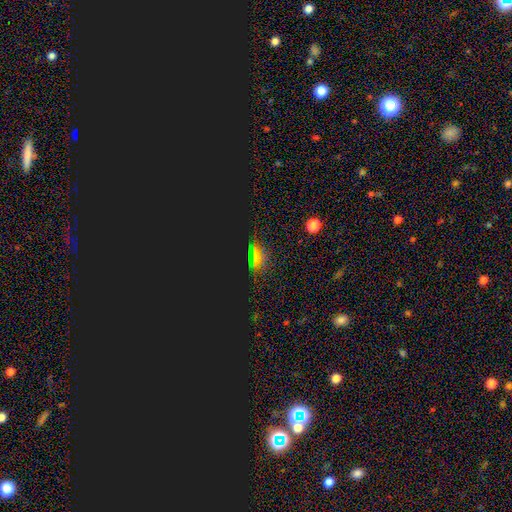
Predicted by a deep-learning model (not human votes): Morphology: type=star or artifact (56%).